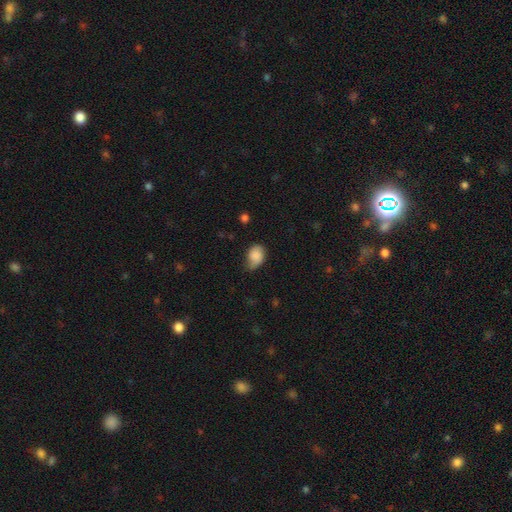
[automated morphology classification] Q: Smooth or featured?
A: smooth (81%); runner-up: featured or disk (11%)
Q: How rounded?
A: in between (74%); runner-up: round (25%)
Q: Merging?
A: none (44%); runner-up: minor disturbance (42%)